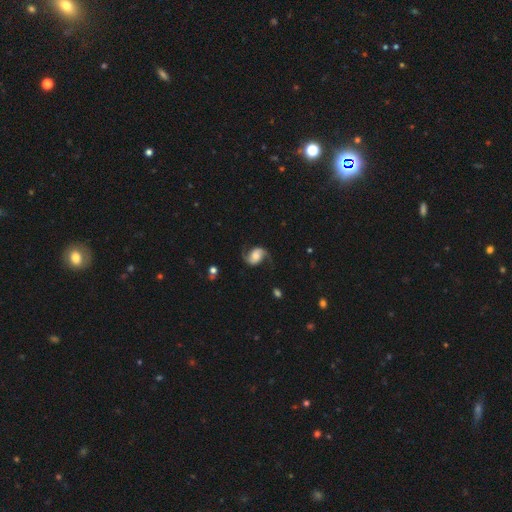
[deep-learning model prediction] Morphology: type=featured or disk (80%); edge-on=no (98%); bar=no (55%); spiral arms=yes (96%); winding=loose (52%); arm count=2 (93%); bulge=moderate (46%); merging=none (74%).